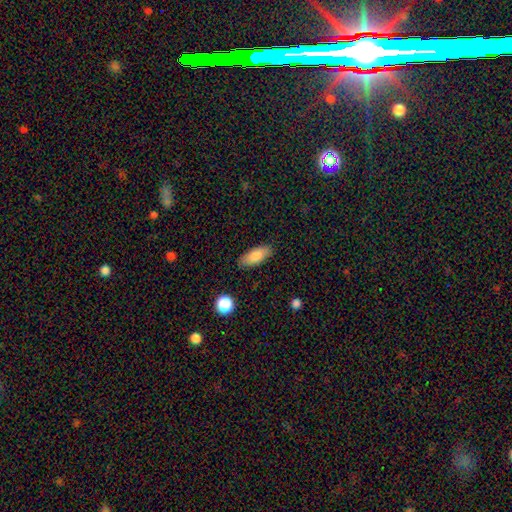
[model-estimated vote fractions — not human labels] A smooth galaxy with no disk features (84%) that is in between round and cigar-shaped (80%). Merging: none (85%).